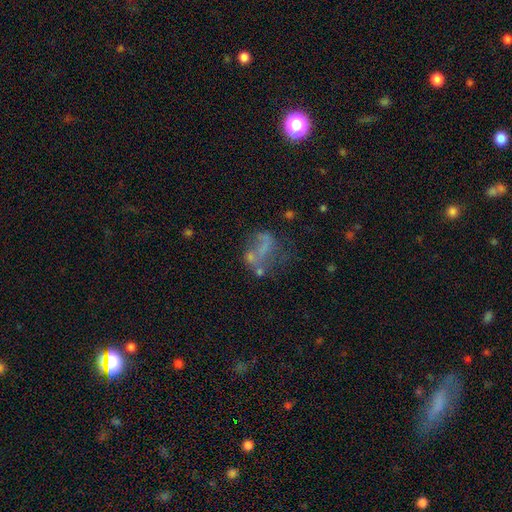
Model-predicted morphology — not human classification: featured or disk 45%, smooth 36%, star or artifact 19%. Down the decision tree: merging — major disturbance (34%).